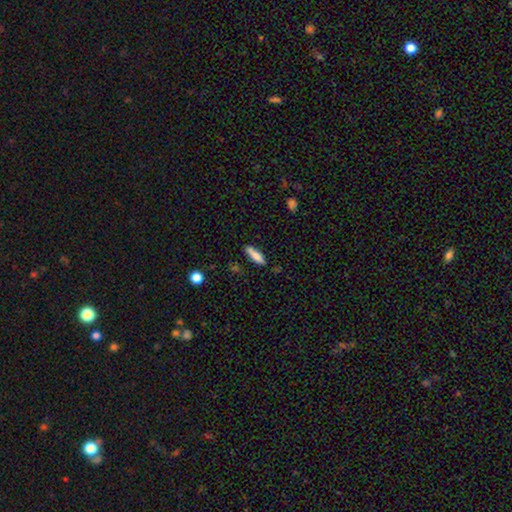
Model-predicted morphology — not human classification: smooth-or-featured: smooth: 80% | featured or disk: 13% | star or artifact: 7%
  how-rounded: cigar-shaped: 66% | in between: 32% | round: 2%
  merging: none: 81% | minor disturbance: 13% | merger: 3% | major disturbance: 3%